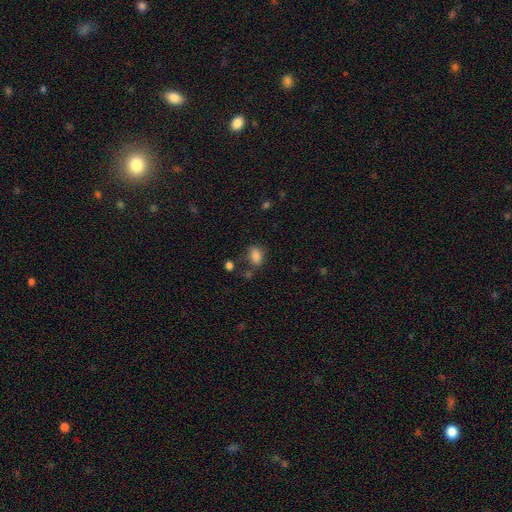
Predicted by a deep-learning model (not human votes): smooth 83%, star or artifact 11%, featured or disk 6%. Down the decision tree: how rounded — in between (78%); merging — none (64%).